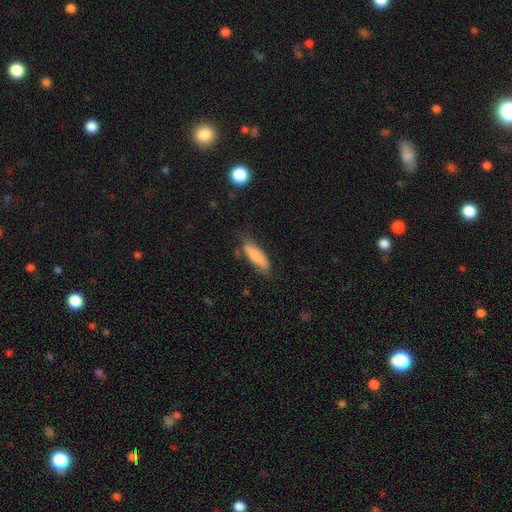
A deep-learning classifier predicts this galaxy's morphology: A smooth galaxy with no disk features (79%) that is cigar-shaped (51%).

Vote fractions:
- Smooth or featured? smooth: 79% / featured or disk: 14% / star or artifact: 6%
- How rounded? cigar-shaped: 51% / in between: 47% / round: 2%
- Merging? none: 64% / minor disturbance: 26% / major disturbance: 7% / merger: 3%